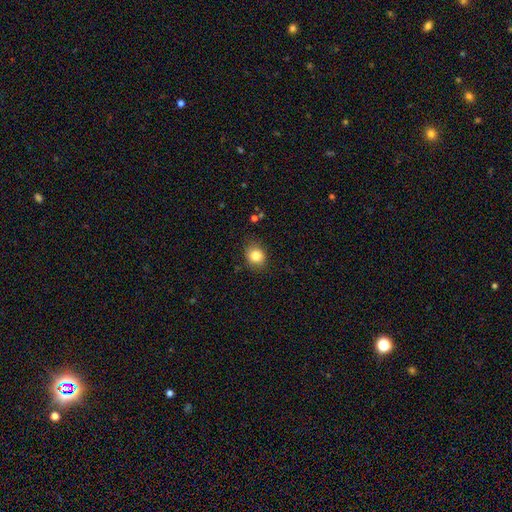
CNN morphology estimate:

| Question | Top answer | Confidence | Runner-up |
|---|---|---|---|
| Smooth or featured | smooth | 83% | star or artifact (10%) |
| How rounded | round | 63% | in between (36%) |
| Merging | none | 81% | minor disturbance (15%) |